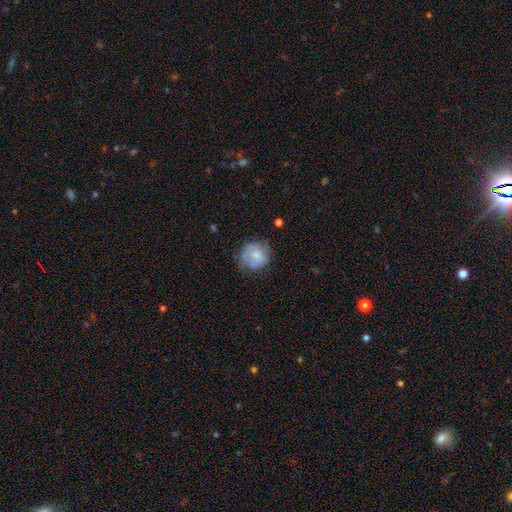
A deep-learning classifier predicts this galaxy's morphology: smooth-or-featured: smooth: 66% | featured or disk: 25% | star or artifact: 8%
  how-rounded: round: 80% | in between: 19% | cigar-shaped: 1%
  merging: none: 55% | minor disturbance: 29% | major disturbance: 12% | merger: 4%